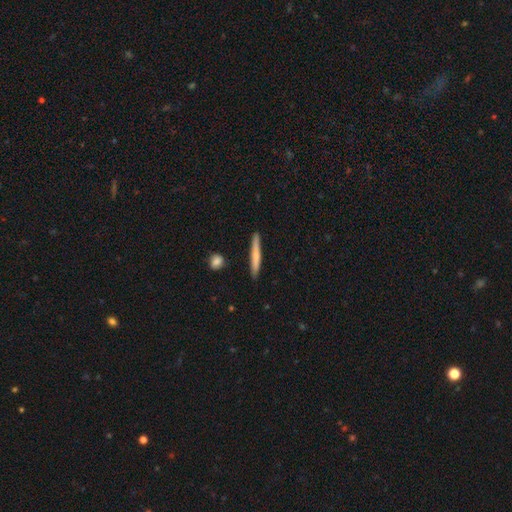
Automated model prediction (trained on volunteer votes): Smooth or featured? Predicted: smooth (p=0.63). How rounded? Predicted: cigar-shaped (p=0.96). Merging? Predicted: none (p=0.89).